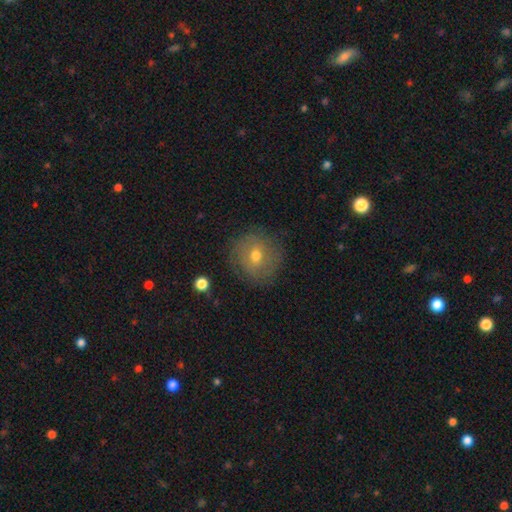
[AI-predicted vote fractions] This is possibly a smooth galaxy (54%). How rounded: clearly round (89%). Merging: likely none (80%).